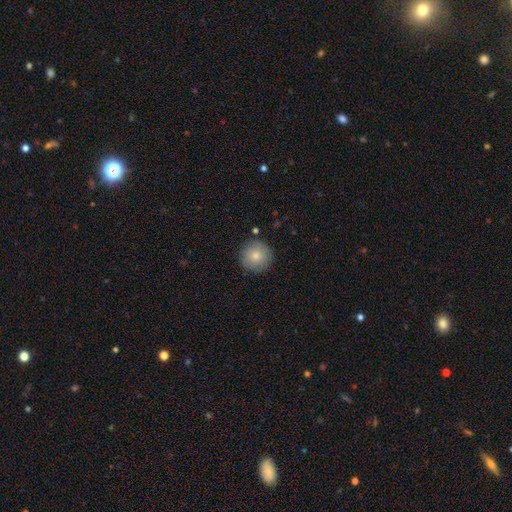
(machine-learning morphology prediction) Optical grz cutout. It shows a smooth galaxy with no disk features (81%) that is round (96%). Merging: none (87%).